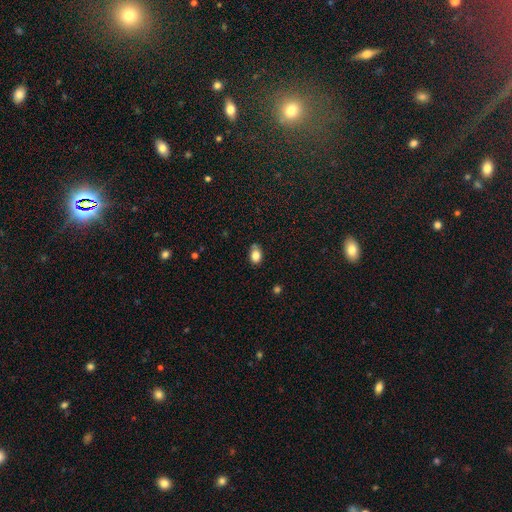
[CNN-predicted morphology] Smooth or featured?
  - smooth: 84% *
  - star or artifact: 9%
  - featured or disk: 7%
How rounded?
  - in between: 78% *
  - round: 21%
  - cigar-shaped: 1%
Merging?
  - none: 72% *
  - minor disturbance: 23%
  - major disturbance: 4%
  - merger: 2%